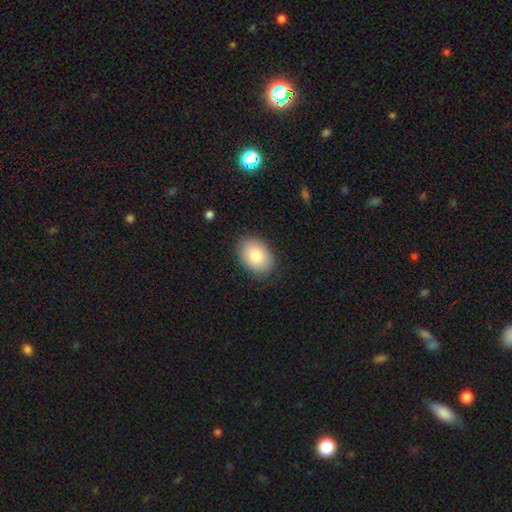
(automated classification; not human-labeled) Smooth or featured? Predicted: smooth (p=0.84). How rounded? Predicted: in between (p=0.82). Merging? Predicted: none (p=0.86).